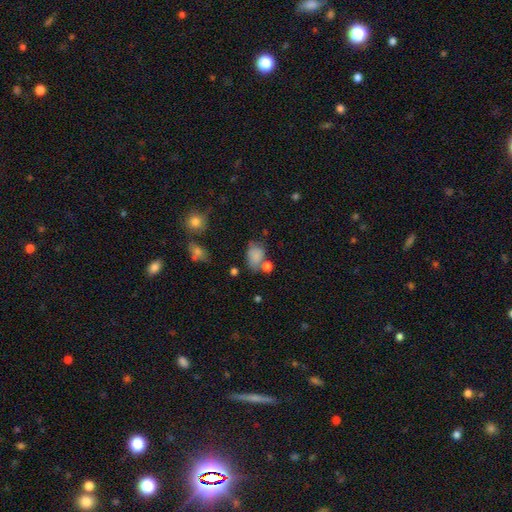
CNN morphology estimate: smooth 80%, star or artifact 11%, featured or disk 9%. Down the decision tree: how rounded — in between (77%); merging — none (49%).